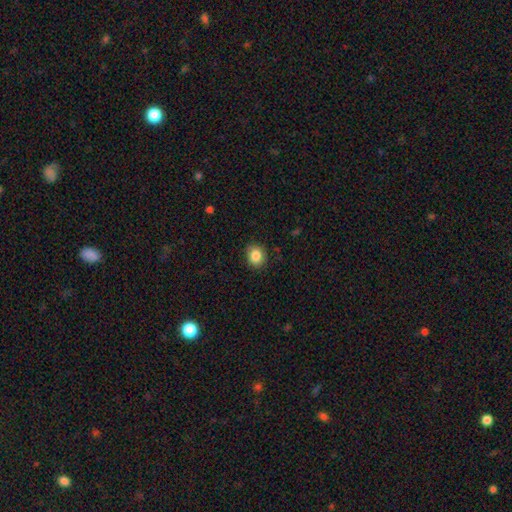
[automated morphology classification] Overall: smooth (86%). How rounded: round (69%; in between 30%). Merging: none (87%).